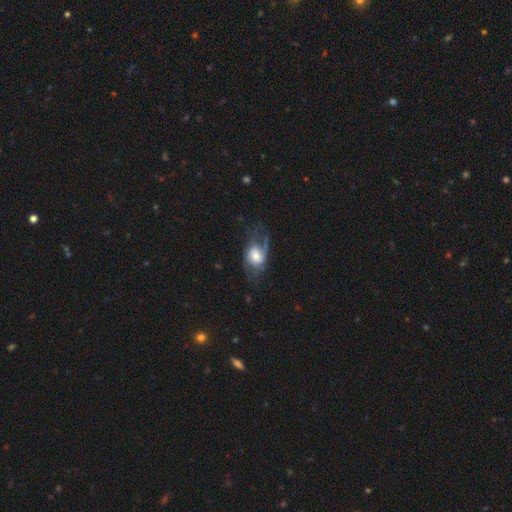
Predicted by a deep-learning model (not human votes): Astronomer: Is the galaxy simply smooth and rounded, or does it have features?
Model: featured or disk — 52% (runner-up: smooth, 40%).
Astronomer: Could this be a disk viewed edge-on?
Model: no — 94%.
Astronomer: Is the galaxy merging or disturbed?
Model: none — 42% (runner-up: major disturbance, 32%).